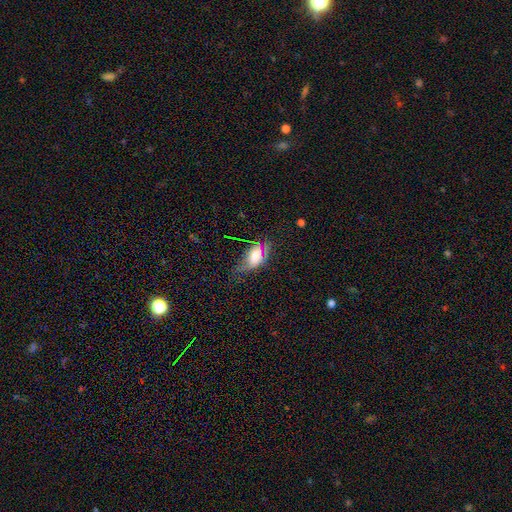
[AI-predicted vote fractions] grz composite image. It shows a smooth galaxy with no disk features (64%) that is in between round and cigar-shaped (87%). Merging: none (49%).